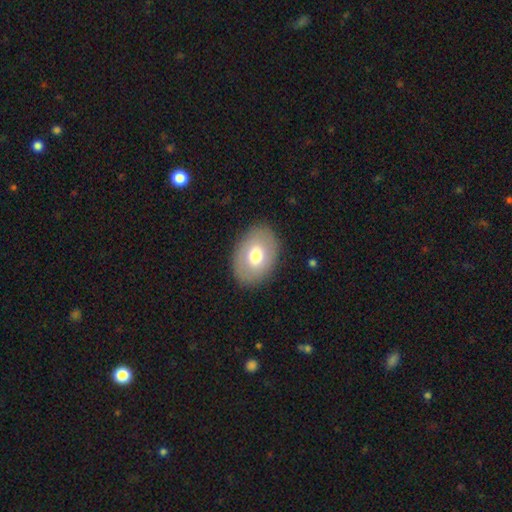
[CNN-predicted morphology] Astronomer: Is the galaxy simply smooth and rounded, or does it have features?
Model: smooth — 68%.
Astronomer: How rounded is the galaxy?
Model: in between — 77%.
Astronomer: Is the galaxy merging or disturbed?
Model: none — 86%.